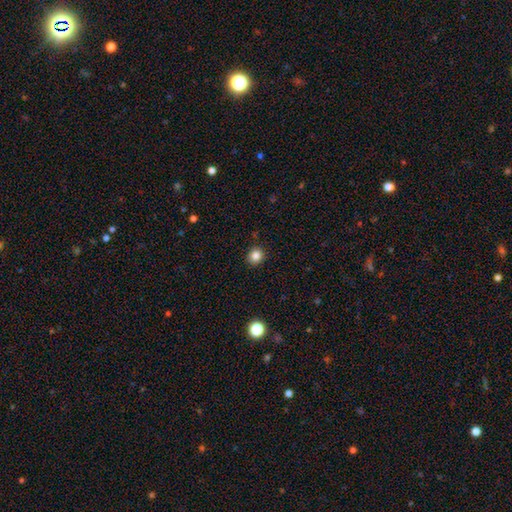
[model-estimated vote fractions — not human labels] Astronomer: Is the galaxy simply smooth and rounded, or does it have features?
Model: smooth — 83%.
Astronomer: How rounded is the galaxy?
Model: round — 86%.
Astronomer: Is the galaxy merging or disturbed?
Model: none — 90%.